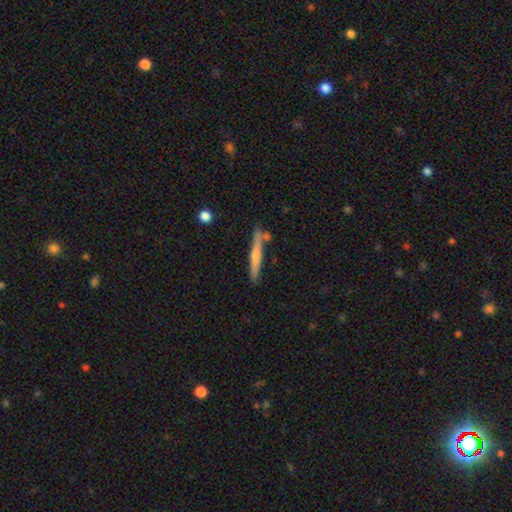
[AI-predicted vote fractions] smooth-or-featured: featured or disk: 58% | smooth: 33% | star or artifact: 9%
  disk-edge-on: yes: 95% | no: 5%
    edge-on-bulge: rounded: 62% | none: 29% | boxy: 8%
  merging: none: 79% | minor disturbance: 13% | merger: 5% | major disturbance: 3%